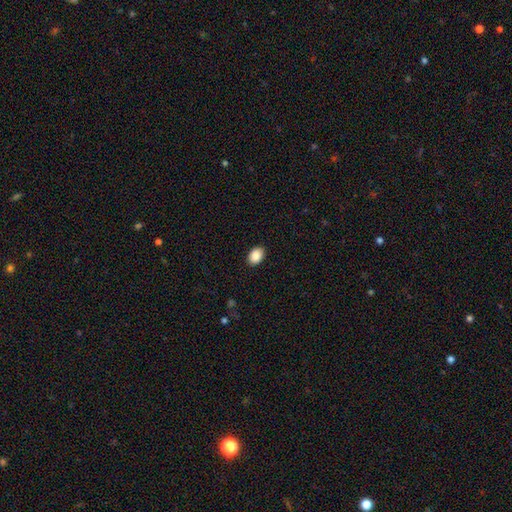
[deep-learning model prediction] This is clearly a smooth galaxy (89%). How rounded: likely in between (78%). Merging: clearly none (89%).